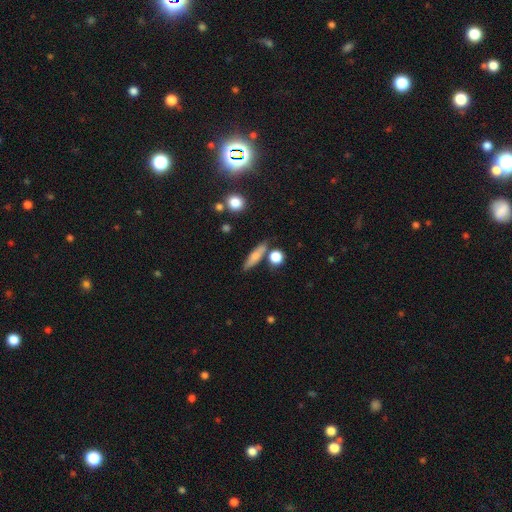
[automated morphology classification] smooth 66%, featured or disk 25%, star or artifact 8%. Down the decision tree: how rounded — cigar-shaped (67%); merging — none (74%).